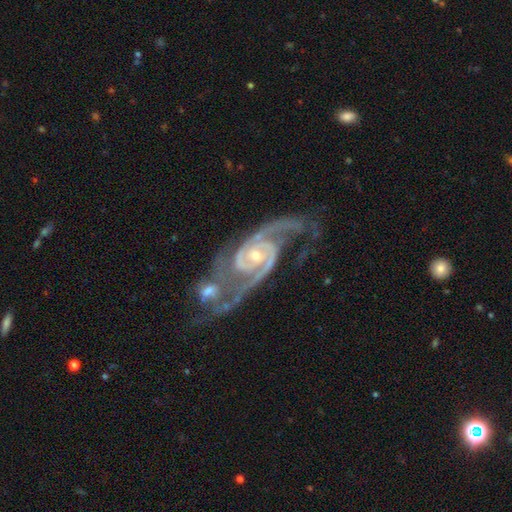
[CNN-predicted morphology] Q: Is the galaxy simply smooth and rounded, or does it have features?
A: featured or disk — 94%.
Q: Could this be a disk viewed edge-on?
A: no — 97%.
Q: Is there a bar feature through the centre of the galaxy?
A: no — 55%.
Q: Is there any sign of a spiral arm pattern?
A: yes — 99%.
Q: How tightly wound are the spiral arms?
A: medium — 51%.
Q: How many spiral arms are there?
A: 2 — 85%.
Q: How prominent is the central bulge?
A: small — 58%.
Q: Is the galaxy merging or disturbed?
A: none — 38%.